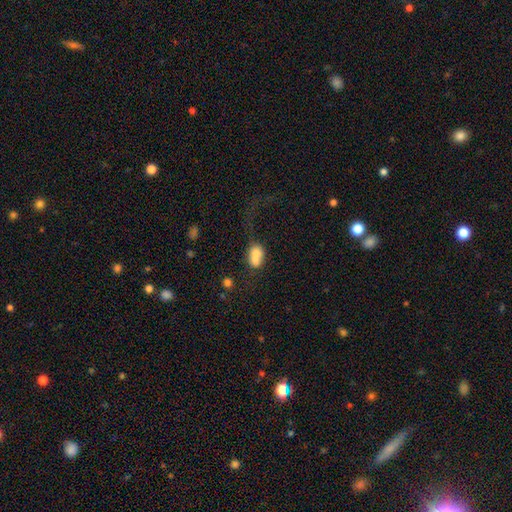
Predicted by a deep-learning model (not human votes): smooth 81%, featured or disk 9%, star or artifact 9%. Down the decision tree: how rounded — in between (88%); merging — none (37%).